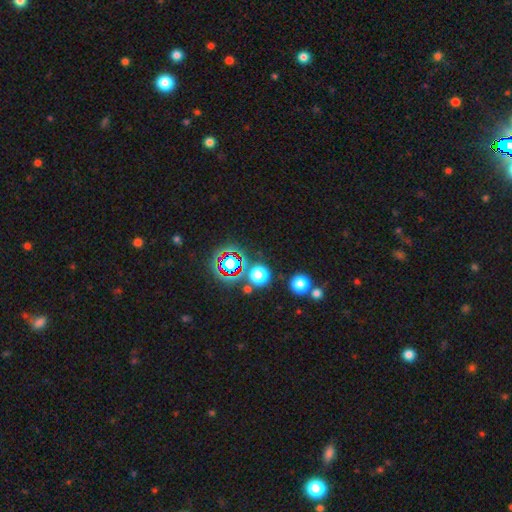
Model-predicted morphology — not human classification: Q: Smooth or featured?
A: star or artifact (75%); runner-up: smooth (16%)